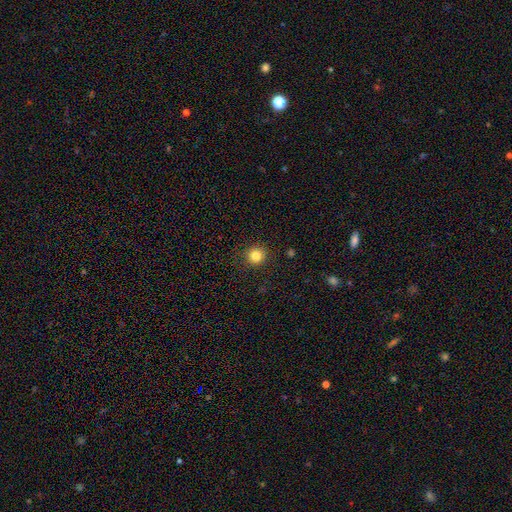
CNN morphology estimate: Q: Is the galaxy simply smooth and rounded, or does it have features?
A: smooth — 83%.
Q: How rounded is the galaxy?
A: round — 93%.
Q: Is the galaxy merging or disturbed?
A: none — 91%.